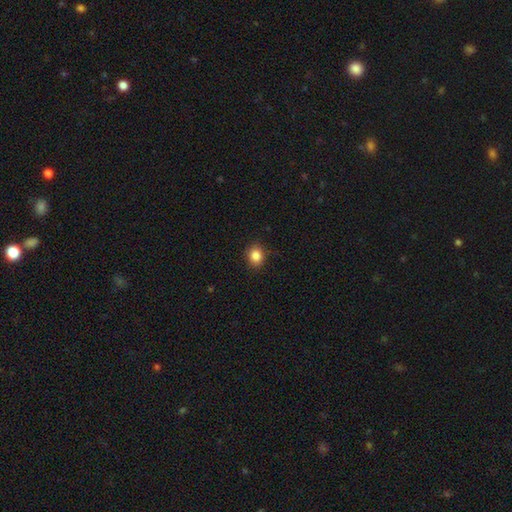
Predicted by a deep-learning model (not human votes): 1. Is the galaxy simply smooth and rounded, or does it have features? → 85% smooth, 10% star or artifact, 5% featured or disk.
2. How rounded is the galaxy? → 68% round, 31% in between, 1% cigar-shaped.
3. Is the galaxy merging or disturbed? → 85% none, 11% minor disturbance, 3% major disturbance, 1% merger.